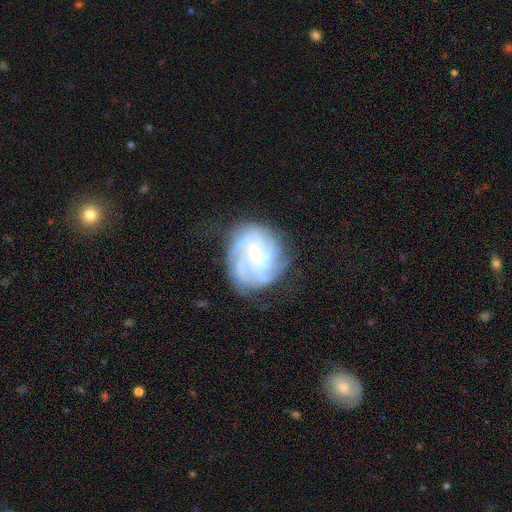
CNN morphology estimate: A featured or disk galaxy (84%) with no bar (51%), 4 (35%) tight (68%) spiral arms (97%) and a small central bulge (70%). Merging: none (74%).